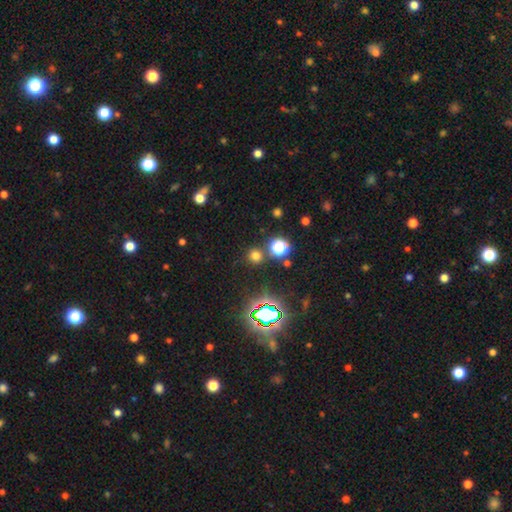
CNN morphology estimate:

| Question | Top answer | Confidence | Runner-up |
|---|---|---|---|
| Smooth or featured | smooth | 64% | star or artifact (30%) |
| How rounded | round | 91% | in between (8%) |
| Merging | none | 82% | merger (8%) |